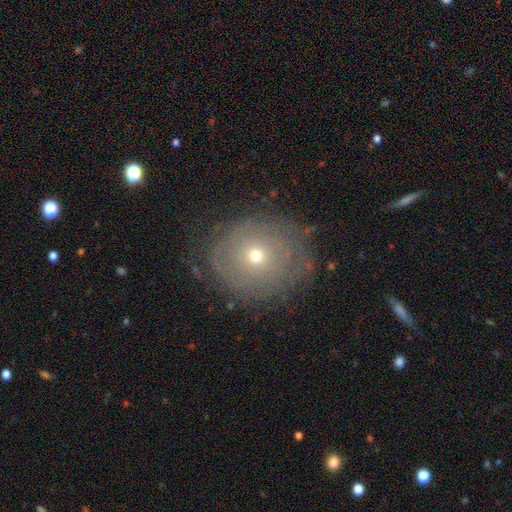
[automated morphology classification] A featured or disk galaxy (49%). Merging: none (75%).